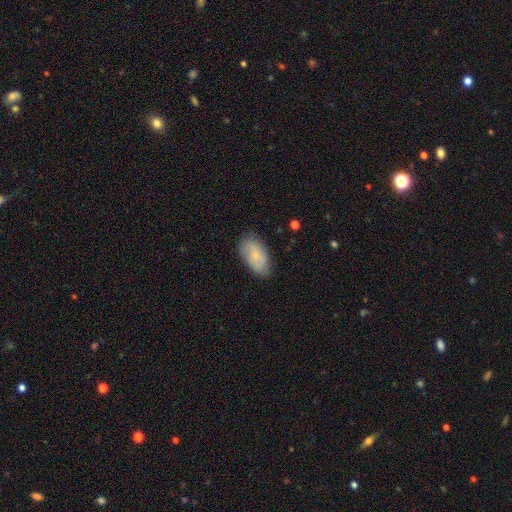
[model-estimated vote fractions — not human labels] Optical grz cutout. It shows a smooth galaxy with no disk features (77%) that is in between round and cigar-shaped (94%). Merging: none (78%).